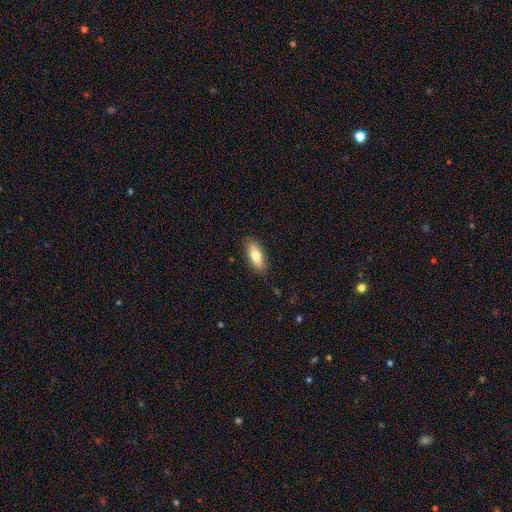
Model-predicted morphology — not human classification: Smooth or featured?
  - smooth: 76% *
  - featured or disk: 17%
  - star or artifact: 6%
How rounded?
  - in between: 77% *
  - cigar-shaped: 20%
  - round: 3%
Merging?
  - none: 86% *
  - minor disturbance: 11%
  - major disturbance: 2%
  - merger: 1%